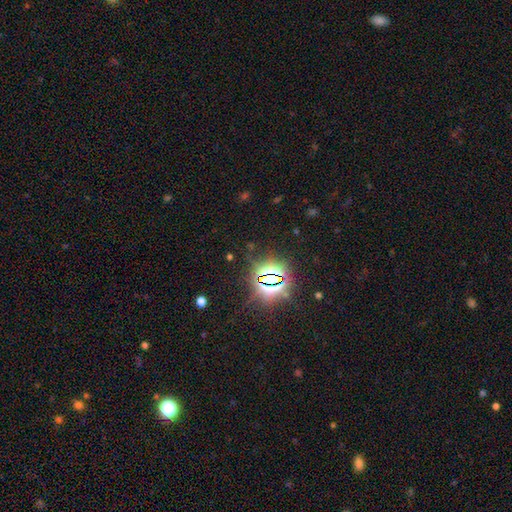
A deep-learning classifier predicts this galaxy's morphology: Overall: star or artifact (81%).